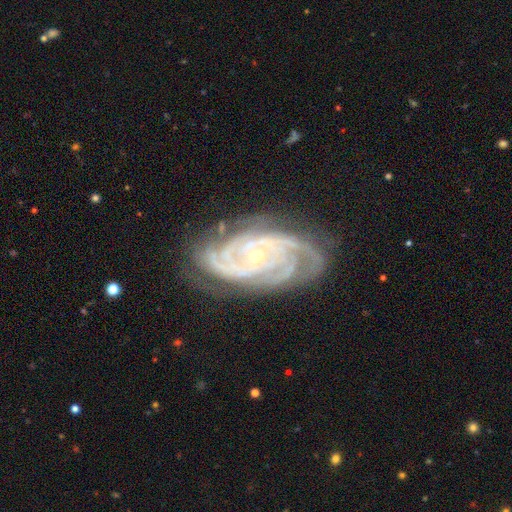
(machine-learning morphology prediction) A featured or disk galaxy (91%) with no bar (68%), 3 (33%) tight (74%) spiral arms (98%) and a small central bulge (75%). Merging: none (76%).